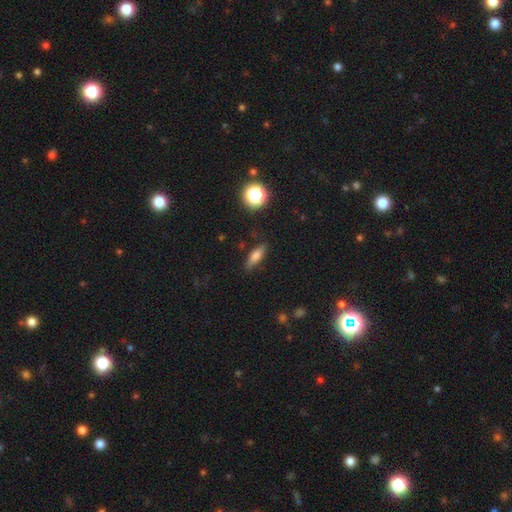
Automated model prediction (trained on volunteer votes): Overall: smooth (68%). How rounded: in between (49%; cigar-shaped 46%). Merging: none (82%).